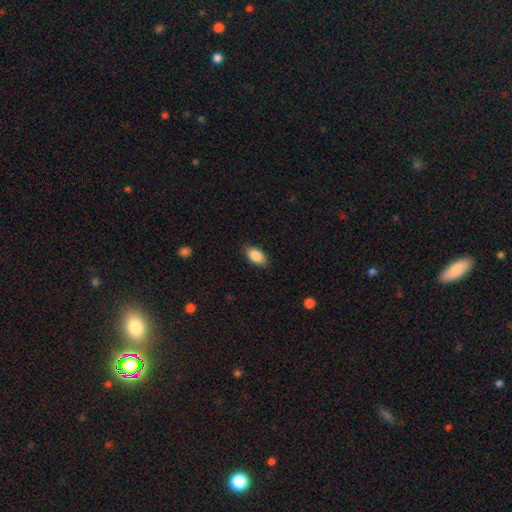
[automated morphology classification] A smooth galaxy with no disk features (87%) that is in between round and cigar-shaped (91%). Merging: none (83%).